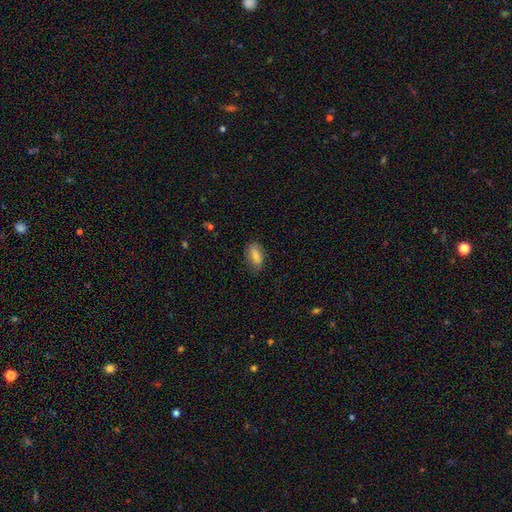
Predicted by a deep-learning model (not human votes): smooth 78%, featured or disk 14%, star or artifact 8%. Down the decision tree: how rounded — in between (87%); merging — none (69%).